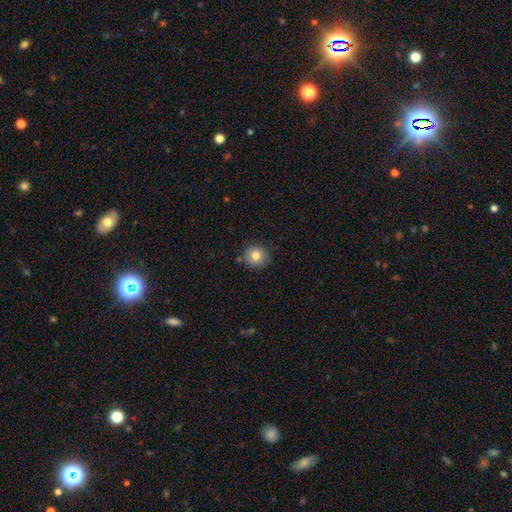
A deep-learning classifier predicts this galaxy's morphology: Overall: smooth (80%). How rounded: round (91%). Merging: none (86%).